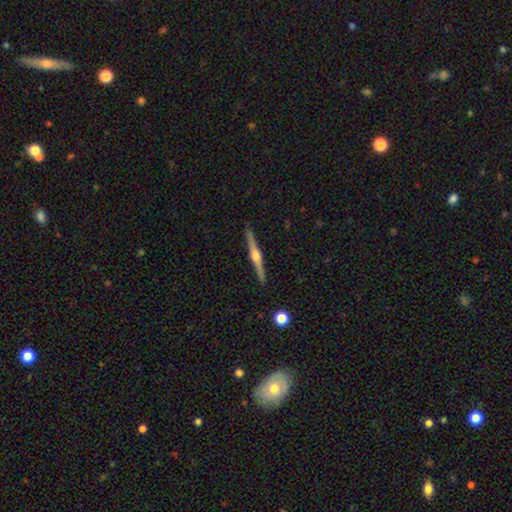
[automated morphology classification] This is clearly a featured or disk galaxy (81%). It is clearly viewed edge-on (99%). Edge-on bulge: clearly rounded (93%). Merging: clearly none (92%).